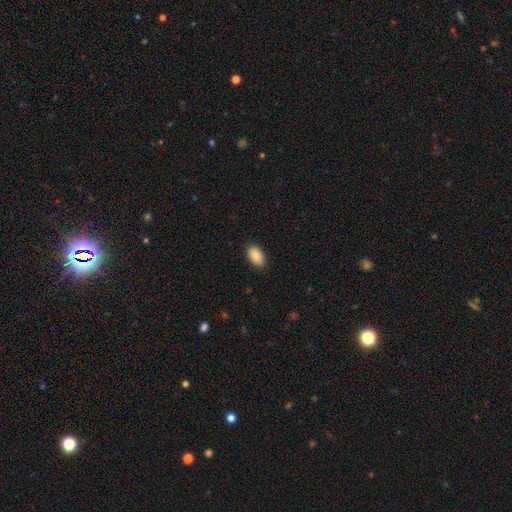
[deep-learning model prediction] Smooth or featured: smooth — 88% (star or artifact — 7%)
How rounded: in between — 93% (round — 6%)
Merging: none — 88% (minor disturbance — 9%)